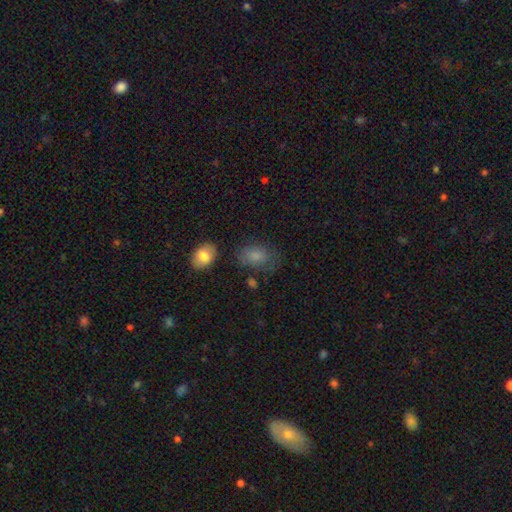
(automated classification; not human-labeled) This is clearly a smooth galaxy (82%). How rounded: clearly in between (85%). Merging: possibly none (60%).